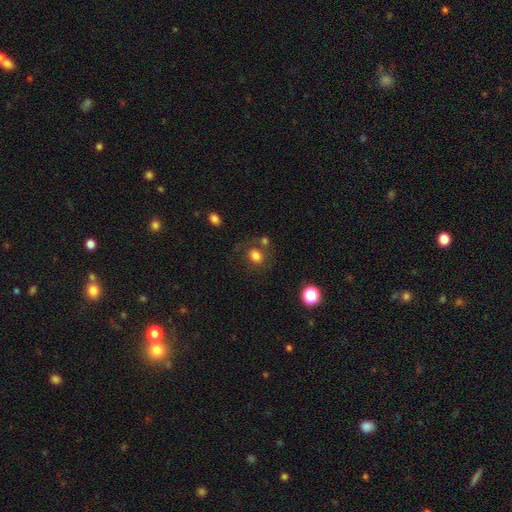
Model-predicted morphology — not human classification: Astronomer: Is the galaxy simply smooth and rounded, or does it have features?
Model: smooth — 78%.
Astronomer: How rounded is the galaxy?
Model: round — 56% (runner-up: in between, 43%).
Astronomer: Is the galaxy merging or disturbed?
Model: none — 64%.